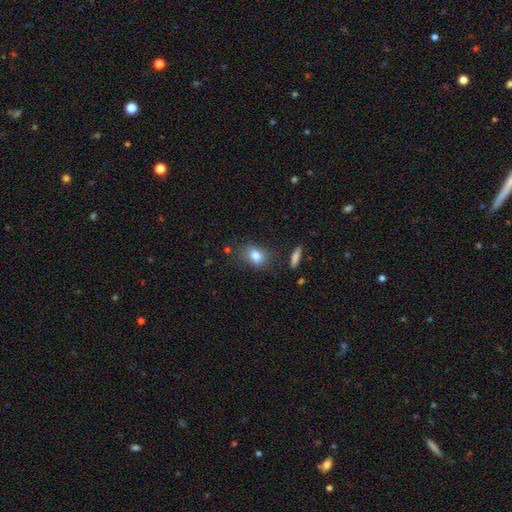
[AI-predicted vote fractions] Smooth or featured: smooth — 81% (star or artifact — 10%)
How rounded: in between — 69% (round — 28%)
Merging: none — 68% (minor disturbance — 21%)